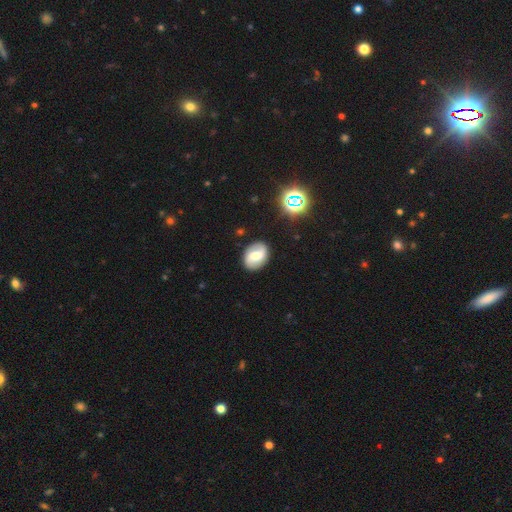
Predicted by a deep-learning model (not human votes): The model was most divided on "bar": weak: 44%, strong: 30%, no: 26%. More confident: edge-on disk — no (96%); merging — none (84%); spiral arms — yes (79%); smooth or featured — featured or disk (53%); bulge size — moderate (52%).